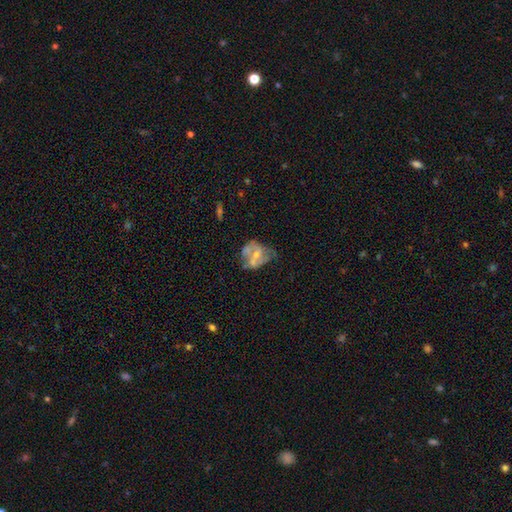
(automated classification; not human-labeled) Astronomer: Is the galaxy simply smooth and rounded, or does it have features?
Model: featured or disk — 54% (runner-up: smooth, 37%).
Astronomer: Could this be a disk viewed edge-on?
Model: no — 97%.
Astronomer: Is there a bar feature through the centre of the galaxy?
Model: no — 63%.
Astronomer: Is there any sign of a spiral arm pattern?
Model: no — 72%.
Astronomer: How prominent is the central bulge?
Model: small — 45% (runner-up: moderate, 38%).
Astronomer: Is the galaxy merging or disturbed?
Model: none — 32% (runner-up: minor disturbance, 25%).